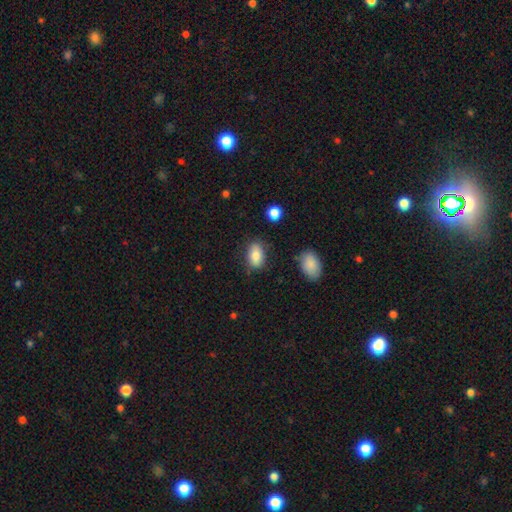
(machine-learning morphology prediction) smooth-or-featured: smooth: 82% | featured or disk: 10% | star or artifact: 8%
  how-rounded: in between: 89% | round: 9% | cigar-shaped: 2%
  merging: none: 77% | minor disturbance: 16% | major disturbance: 4% | merger: 3%